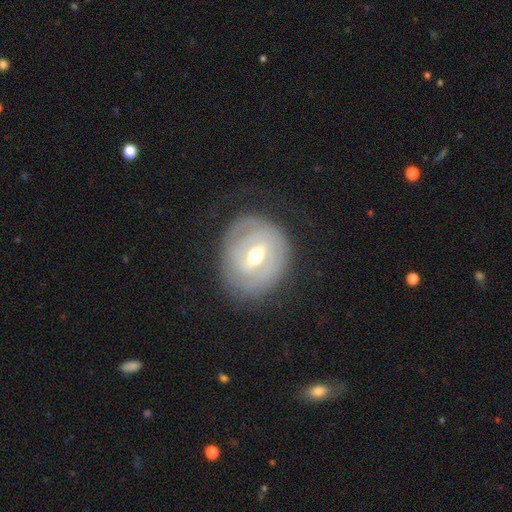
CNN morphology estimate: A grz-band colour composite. It shows a featured or disk galaxy (73%) with a weak bar (51%), spiral arms (65%) and a moderate central bulge (73%). Merging: none (76%).